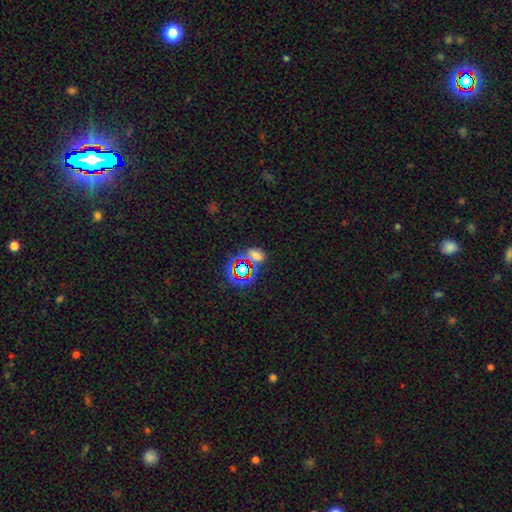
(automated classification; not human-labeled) Smooth or featured? smooth (51%)
How rounded? in between (75%)
Merging? none (61%)